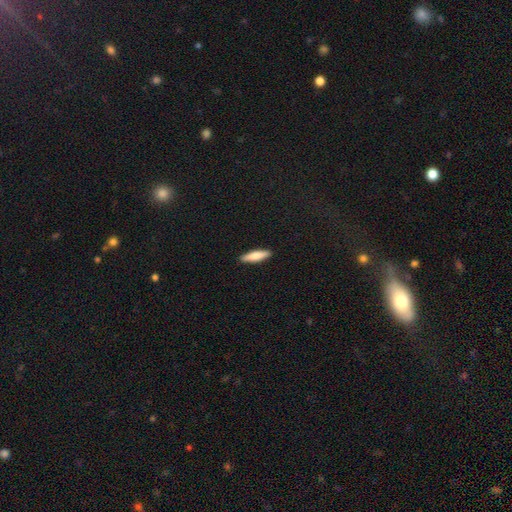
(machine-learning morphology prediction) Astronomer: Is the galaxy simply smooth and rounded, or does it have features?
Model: smooth — 76%.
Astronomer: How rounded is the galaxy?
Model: cigar-shaped — 71%.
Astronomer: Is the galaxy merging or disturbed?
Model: none — 91%.